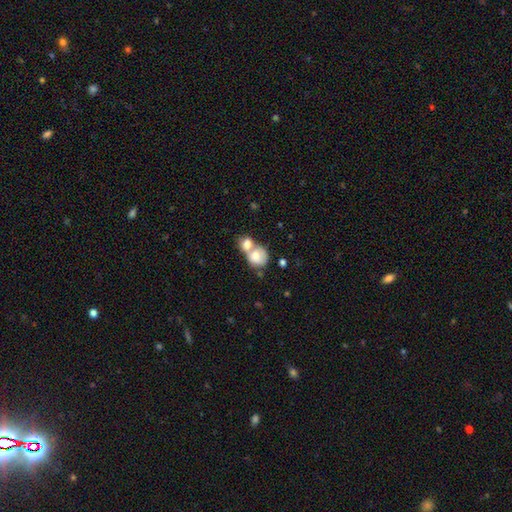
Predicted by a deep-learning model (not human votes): smooth_or_featured: smooth (p=0.73) [alt: featured or disk p=0.20]
how_rounded: round (p=0.59) [alt: in between p=0.40]
merging: merger (p=0.73) [alt: none p=0.17]